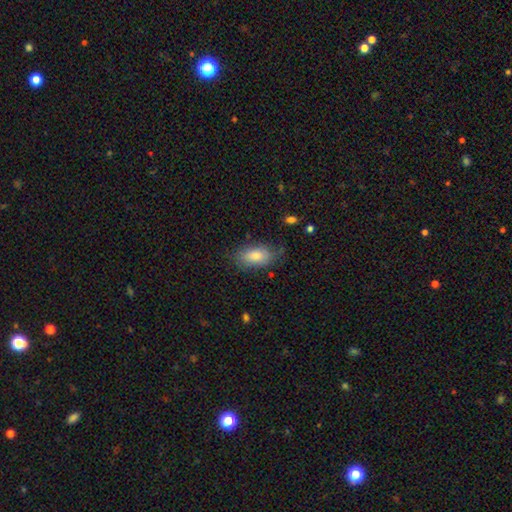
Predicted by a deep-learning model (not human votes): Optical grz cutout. It shows a smooth galaxy with no disk features (80%) that is in between round and cigar-shaped (91%). Merging: none (75%).